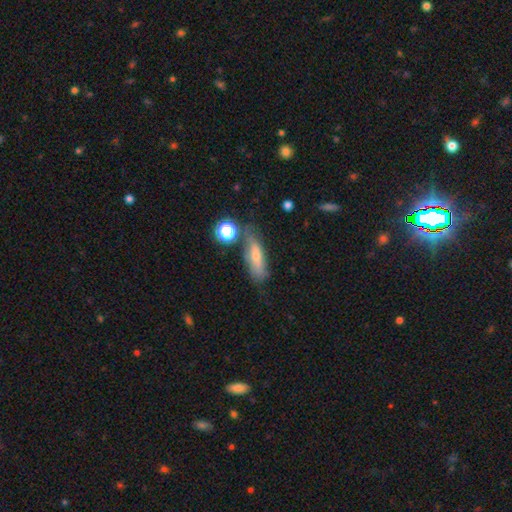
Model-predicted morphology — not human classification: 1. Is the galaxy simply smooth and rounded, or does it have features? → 54% smooth, 34% featured or disk, 12% star or artifact.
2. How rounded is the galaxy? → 51% cigar-shaped, 43% in between, 5% round.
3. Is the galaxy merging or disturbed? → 57% none, 25% minor disturbance, 10% major disturbance, 8% merger.